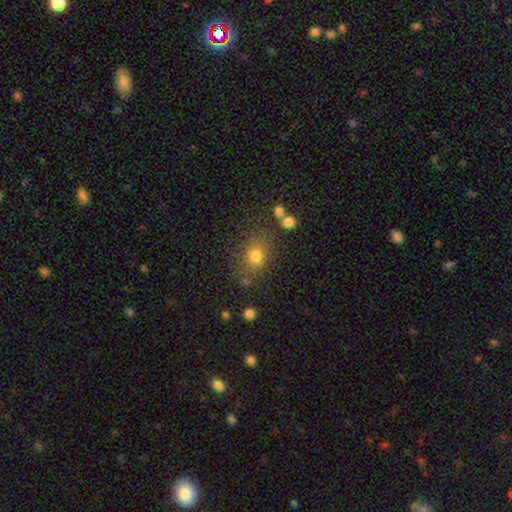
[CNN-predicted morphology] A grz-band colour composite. It shows a smooth galaxy with no disk features (77%) that is round (52%). Merging: none (74%).